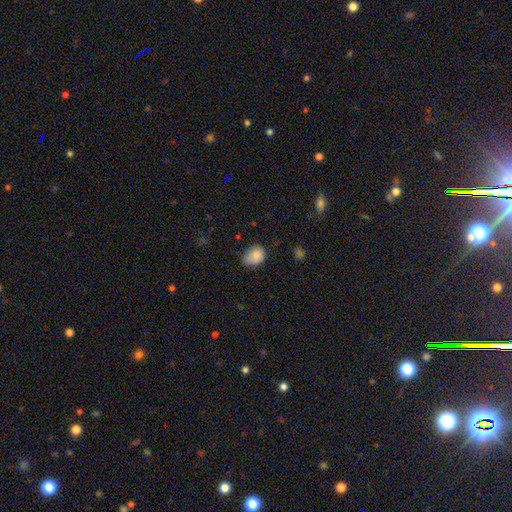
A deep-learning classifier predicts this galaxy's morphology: This is clearly a smooth galaxy (83%). How rounded: likely in between (63%). Merging: possibly none (53%).